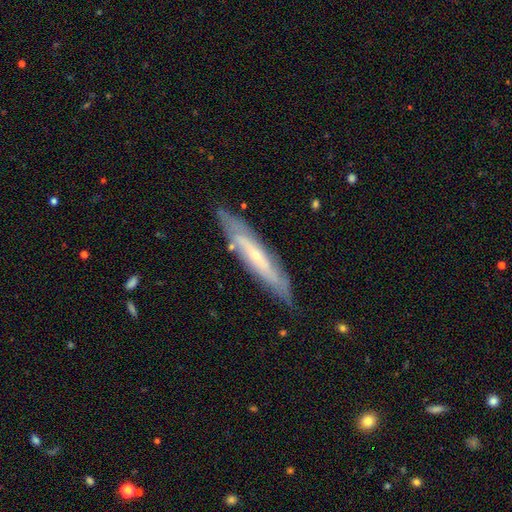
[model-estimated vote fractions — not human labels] Smooth or featured? Predicted: featured or disk (p=0.70). Edge-on disk? Predicted: yes (p=0.55). Merging? Predicted: none (p=0.79).